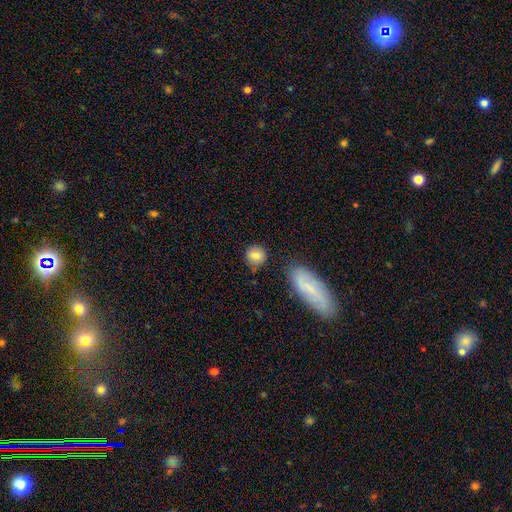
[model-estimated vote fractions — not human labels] A smooth galaxy with no disk features (80%) that is round (82%). Merging: none (78%).